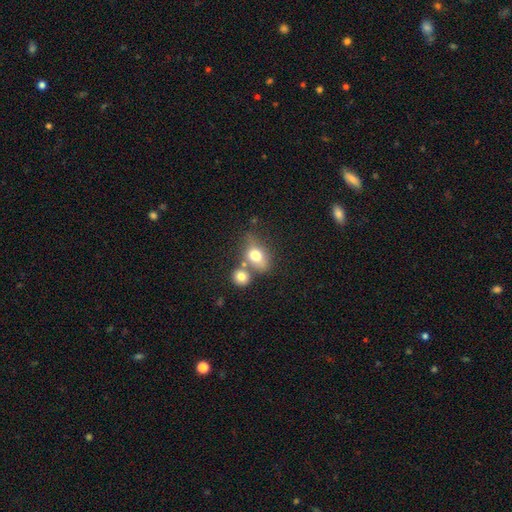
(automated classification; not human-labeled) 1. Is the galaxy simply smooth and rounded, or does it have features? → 72% smooth, 18% featured or disk, 10% star or artifact.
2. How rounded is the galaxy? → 67% in between, 30% round, 3% cigar-shaped.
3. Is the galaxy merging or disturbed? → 46% none, 33% merger, 15% minor disturbance, 7% major disturbance.